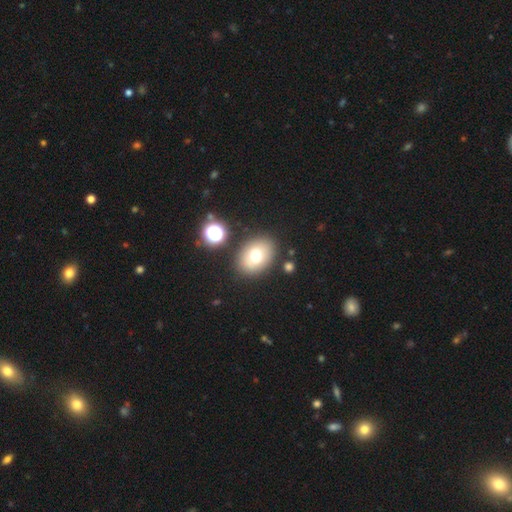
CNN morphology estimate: Smooth or featured? smooth (71%)
How rounded? in between (65%)
Merging? none (82%)